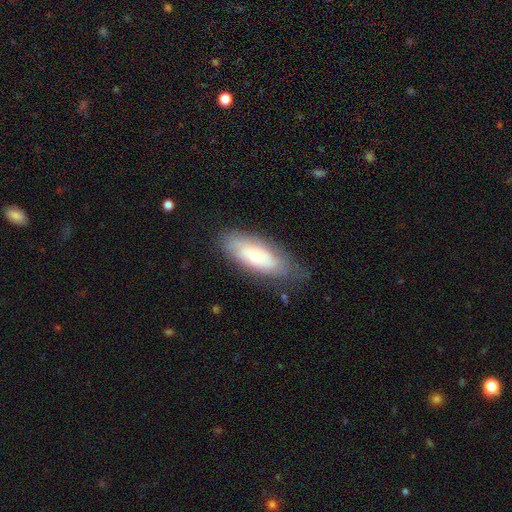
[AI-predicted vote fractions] Overall: smooth (59%; featured or disk 34%). How rounded: in between (73%). Merging: none (67%).